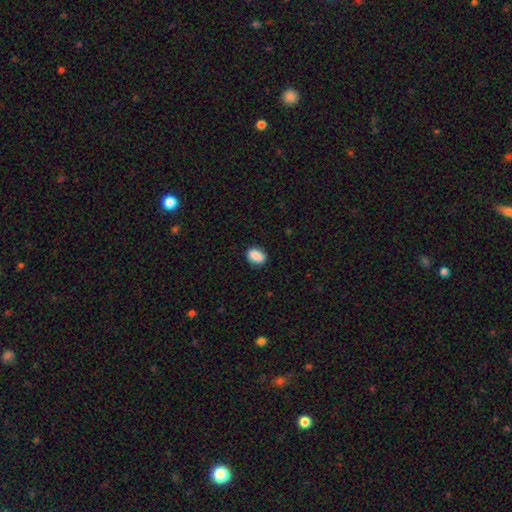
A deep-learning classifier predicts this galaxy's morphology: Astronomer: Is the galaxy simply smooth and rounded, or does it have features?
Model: smooth — 88%.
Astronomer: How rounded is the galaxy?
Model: in between — 78%.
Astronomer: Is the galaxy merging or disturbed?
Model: none — 83%.